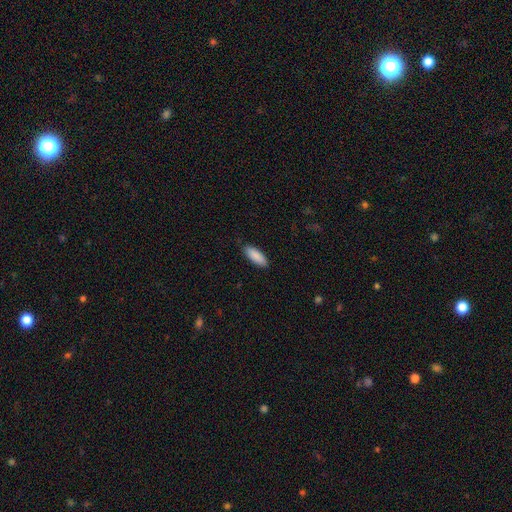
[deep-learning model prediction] Overall: smooth (90%). How rounded: in between (74%). Merging: none (87%).